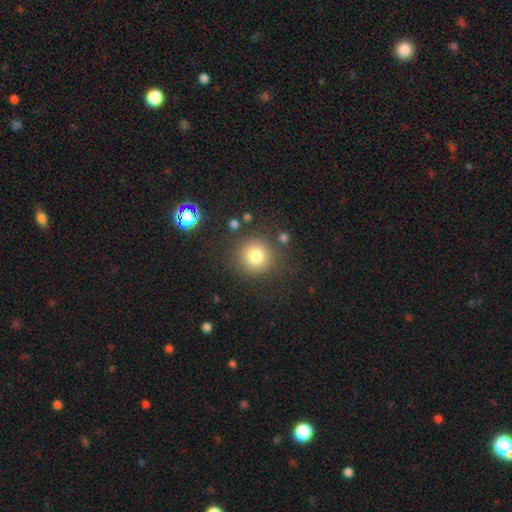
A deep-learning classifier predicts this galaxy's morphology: Q: Smooth or featured?
A: smooth (80%); runner-up: star or artifact (12%)
Q: How rounded?
A: round (93%); runner-up: in between (6%)
Q: Merging?
A: none (83%); runner-up: minor disturbance (9%)